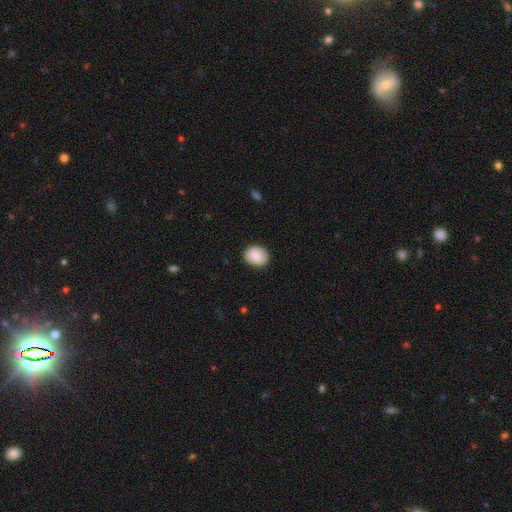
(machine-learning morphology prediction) The model was most divided on "how rounded": round: 53%, in between: 46%, cigar-shaped: 1%. More confident: smooth or featured — smooth (88%); merging — none (88%).